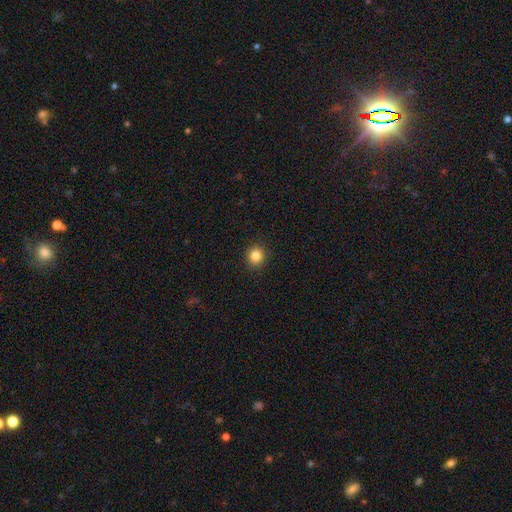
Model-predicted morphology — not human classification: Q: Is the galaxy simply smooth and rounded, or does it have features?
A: smooth — 85%.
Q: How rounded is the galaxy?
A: round — 88%.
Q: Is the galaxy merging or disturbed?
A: none — 91%.